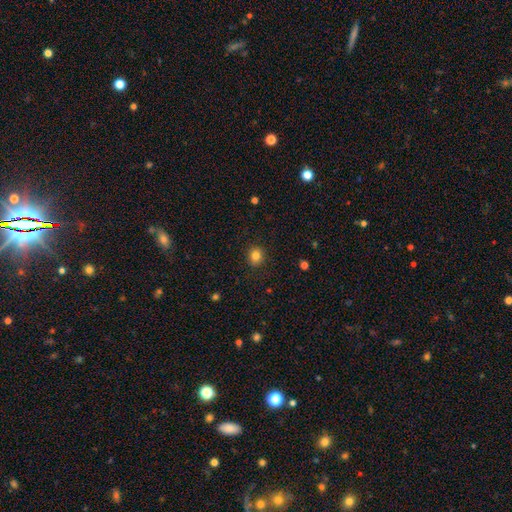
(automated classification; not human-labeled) Smooth or featured? Predicted: smooth (p=0.82). How rounded? Predicted: round (p=0.79). Merging? Predicted: none (p=0.90).